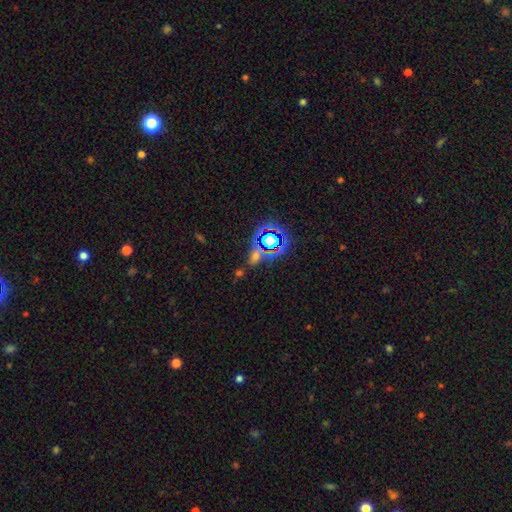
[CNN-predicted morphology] A star or artifact, not a galaxy (52%).

Vote fractions:
- Smooth or featured? star or artifact: 52% / smooth: 37% / featured or disk: 10%